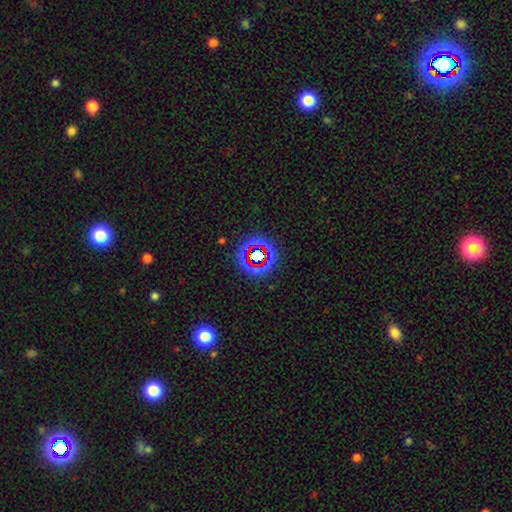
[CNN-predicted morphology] A star or artifact, not a galaxy (68%).